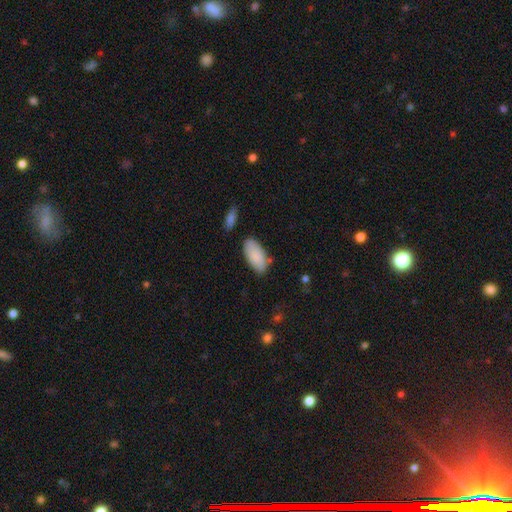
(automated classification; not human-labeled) This appears to be a smooth galaxy with no disk features (88%) that is in between round and cigar-shaped (93%). Merging: none (77%).